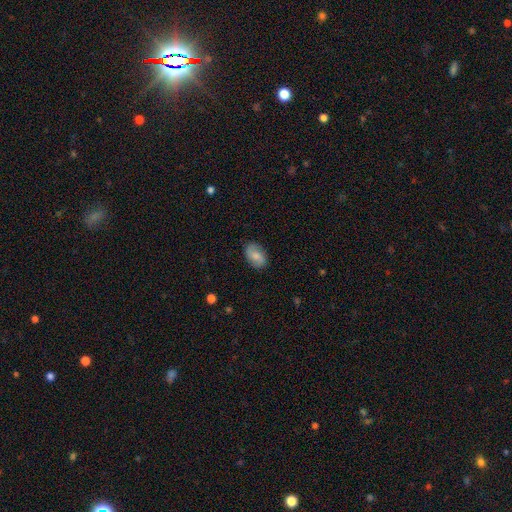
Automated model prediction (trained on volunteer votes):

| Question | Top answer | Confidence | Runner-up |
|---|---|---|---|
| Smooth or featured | smooth | 67% | featured or disk (25%) |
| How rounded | in between | 88% | round (10%) |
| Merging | none | 81% | minor disturbance (15%) |